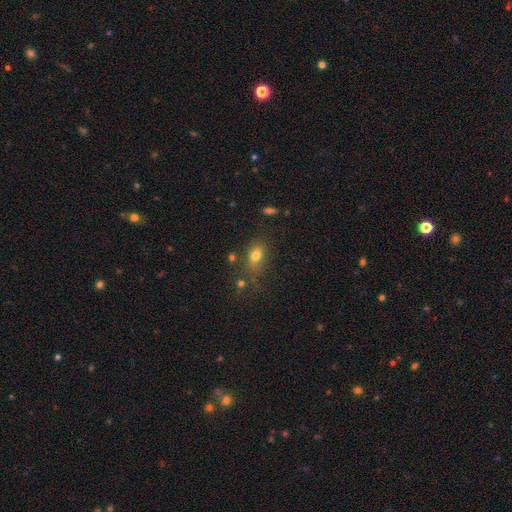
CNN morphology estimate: smooth-or-featured: smooth: 74% | star or artifact: 14% | featured or disk: 12%
  how-rounded: in between: 73% | round: 22% | cigar-shaped: 5%
  merging: none: 68% | minor disturbance: 17% | major disturbance: 8% | merger: 7%